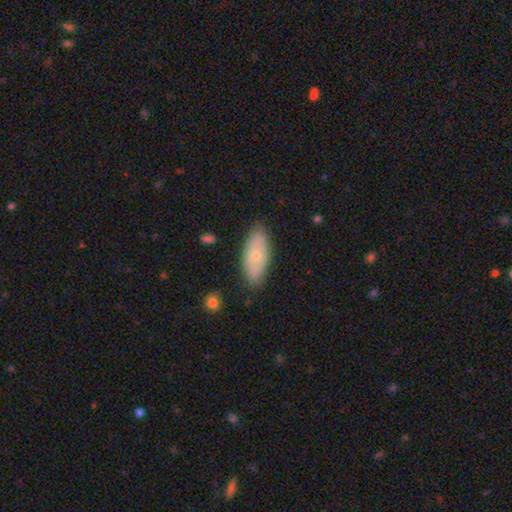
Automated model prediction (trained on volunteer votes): Smooth or featured?
  - smooth: 57% *
  - featured or disk: 36%
  - star or artifact: 6%
How rounded?
  - in between: 84% *
  - cigar-shaped: 12%
  - round: 3%
Merging?
  - none: 83% *
  - minor disturbance: 13%
  - major disturbance: 2%
  - merger: 1%